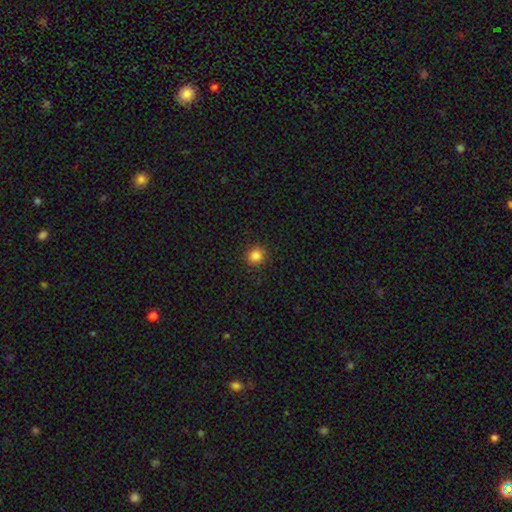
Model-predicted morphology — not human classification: smooth 85%, star or artifact 12%, featured or disk 4%. Down the decision tree: how rounded — round (91%); merging — none (91%).